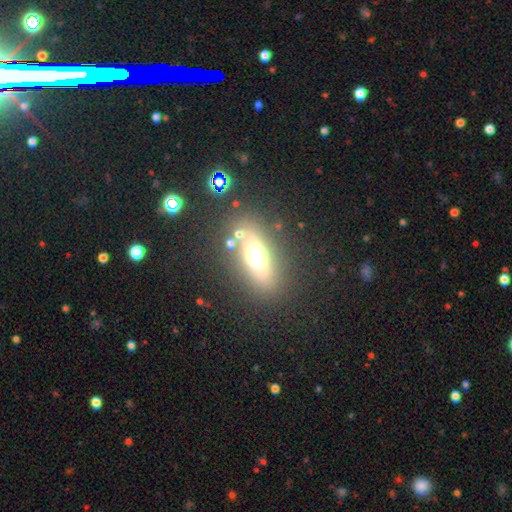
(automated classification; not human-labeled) smooth_or_featured: smooth (p=0.45) [alt: featured or disk p=0.35]
merging: none (p=0.81) [alt: minor disturbance p=0.10]